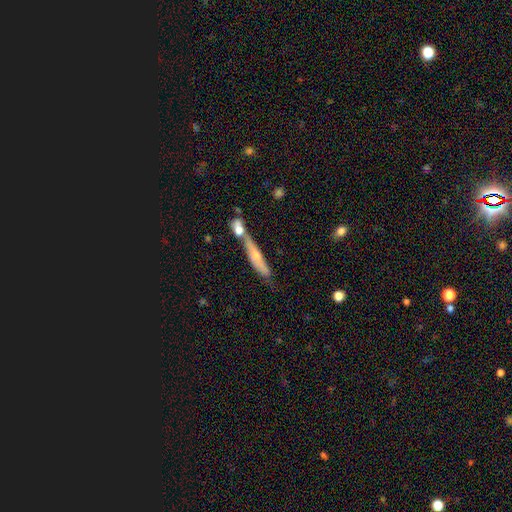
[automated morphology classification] A featured or disk galaxy (55%) viewed edge-on (81%).

Vote fractions:
- Smooth or featured? featured or disk: 55% / smooth: 36% / star or artifact: 8%
- Edge-on disk? yes: 81% / no: 19%
- Merging? none: 57% / merger: 22% / minor disturbance: 17% / major disturbance: 5%